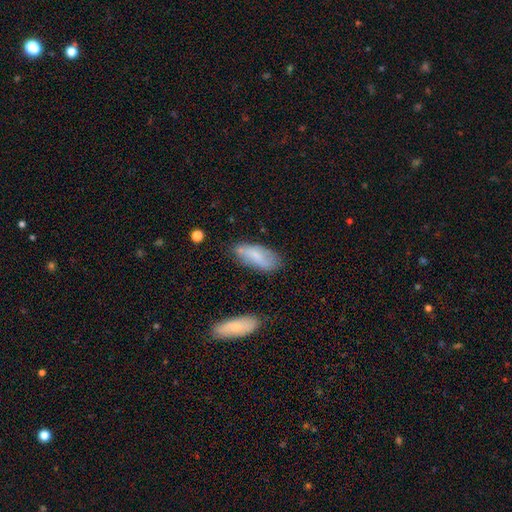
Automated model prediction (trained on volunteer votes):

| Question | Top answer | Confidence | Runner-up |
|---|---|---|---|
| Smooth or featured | smooth | 68% | featured or disk (24%) |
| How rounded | in between | 78% | cigar-shaped (20%) |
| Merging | none | 64% | minor disturbance (25%) |